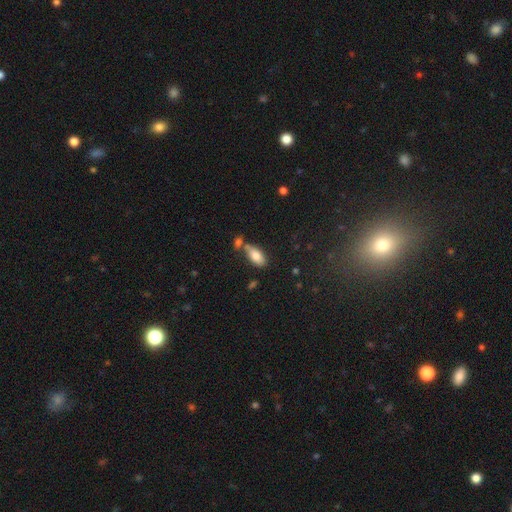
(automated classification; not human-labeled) smooth 81%, featured or disk 12%, star or artifact 7%. Down the decision tree: how rounded — in between (90%); merging — none (58%).